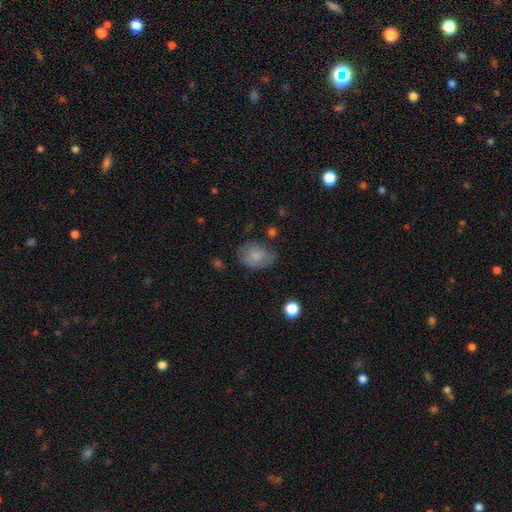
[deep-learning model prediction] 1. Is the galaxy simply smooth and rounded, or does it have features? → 76% smooth, 16% featured or disk, 8% star or artifact.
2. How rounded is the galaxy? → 70% in between, 29% round, 1% cigar-shaped.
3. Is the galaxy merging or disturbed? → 59% none, 29% minor disturbance, 9% major disturbance, 3% merger.